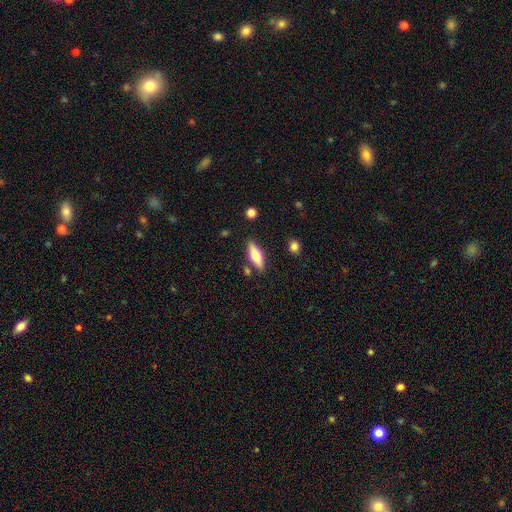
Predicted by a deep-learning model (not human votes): The model was most divided on "how rounded": in between: 54%, cigar-shaped: 43%, round: 3%. More confident: merging — none (81%); smooth or featured — smooth (56%).